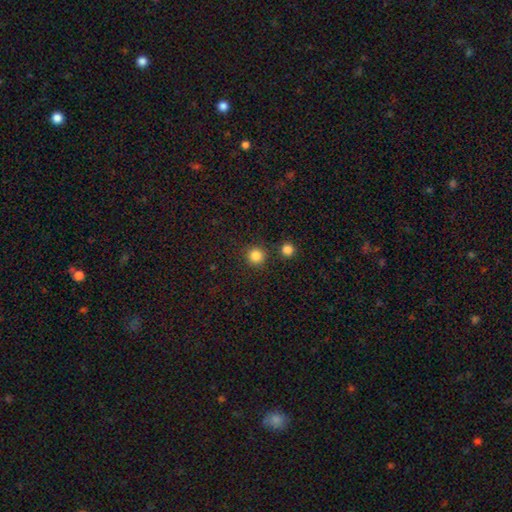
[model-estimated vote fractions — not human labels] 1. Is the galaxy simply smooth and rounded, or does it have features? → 85% smooth, 12% star or artifact, 3% featured or disk.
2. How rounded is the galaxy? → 94% round, 5% in between, 1% cigar-shaped.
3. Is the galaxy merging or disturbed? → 88% none, 6% minor disturbance, 4% merger, 2% major disturbance.